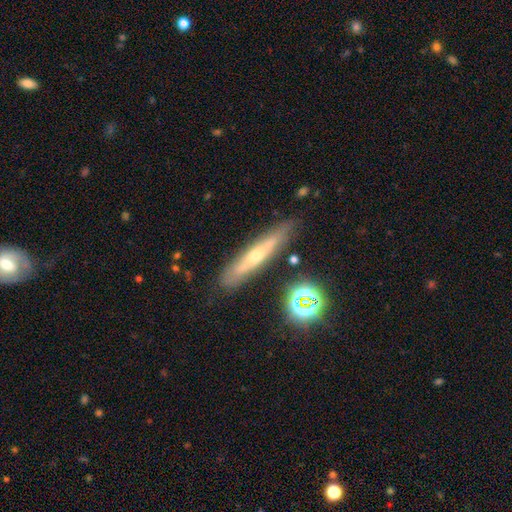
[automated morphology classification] Smooth or featured? Predicted: featured or disk (p=0.56). Edge-on disk? Predicted: yes (p=0.74). Merging? Predicted: none (p=0.80).